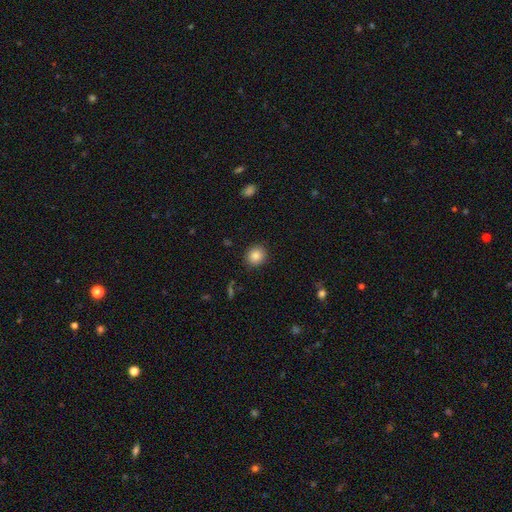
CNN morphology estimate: This appears to be a smooth galaxy with no disk features (85%) that is round (82%). Merging: none (90%).